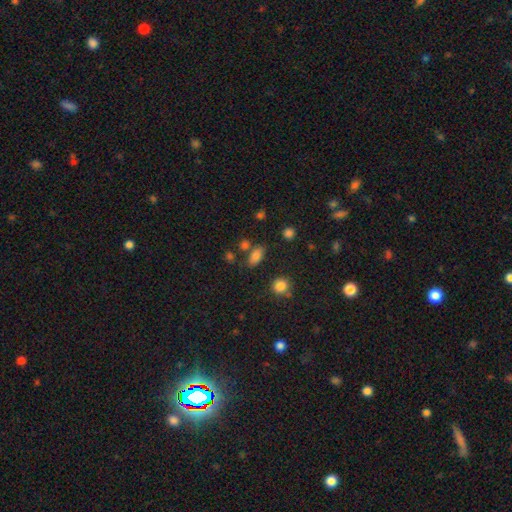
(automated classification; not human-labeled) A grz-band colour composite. It shows a smooth galaxy with no disk features (79%) that is in between round and cigar-shaped (85%). Merging: none (68%).